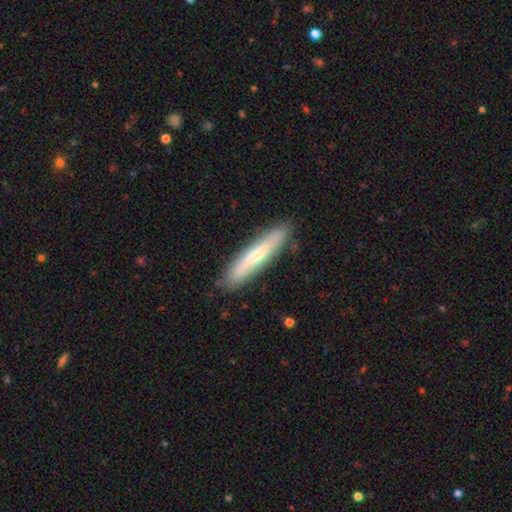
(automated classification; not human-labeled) Morphology: type=smooth (55%); roundness=cigar-shaped (88%); merging=none (85%).